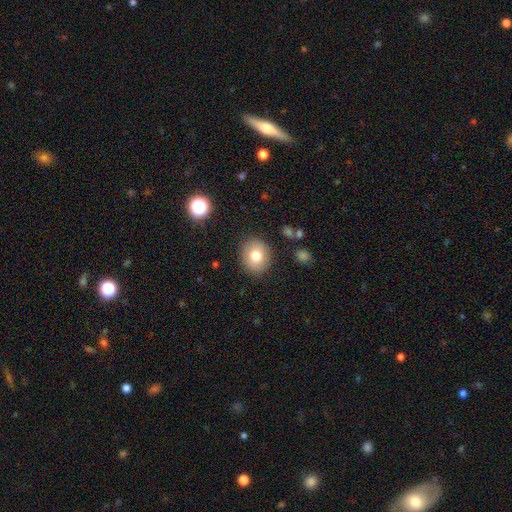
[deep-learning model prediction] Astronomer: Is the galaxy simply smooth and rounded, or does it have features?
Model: smooth — 77%.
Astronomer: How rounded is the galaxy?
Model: round — 69%.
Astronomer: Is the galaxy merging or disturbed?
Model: none — 87%.